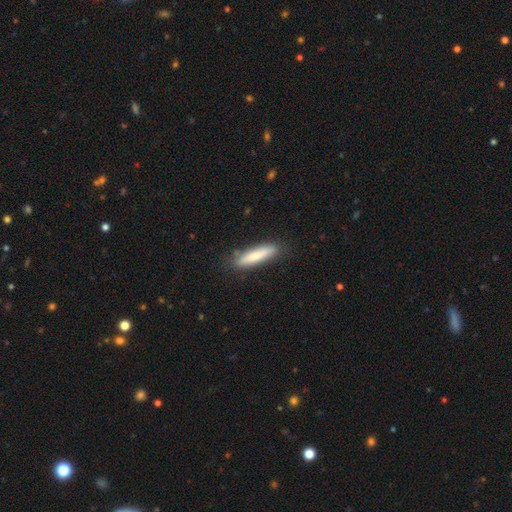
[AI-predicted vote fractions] Smooth or featured: smooth — 76% (featured or disk — 19%)
How rounded: cigar-shaped — 82% (in between — 17%)
Merging: none — 83% (minor disturbance — 13%)